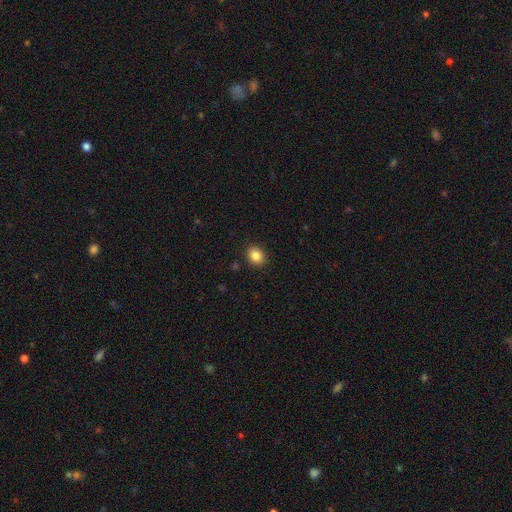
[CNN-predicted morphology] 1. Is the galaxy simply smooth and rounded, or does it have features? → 85% smooth, 10% star or artifact, 5% featured or disk.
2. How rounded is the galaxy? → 55% round, 45% in between, 1% cigar-shaped.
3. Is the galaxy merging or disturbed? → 90% none, 7% minor disturbance, 2% major disturbance, 1% merger.